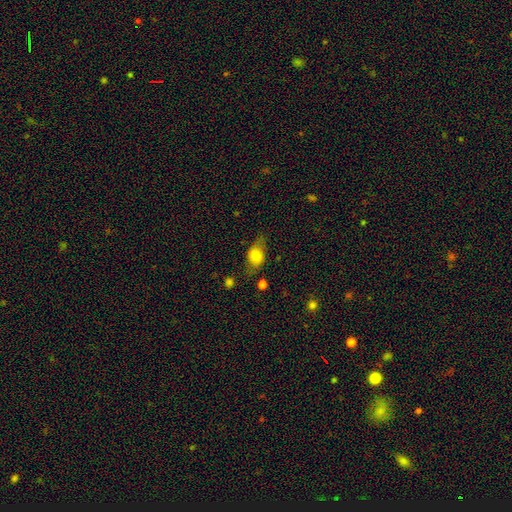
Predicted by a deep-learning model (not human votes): Smooth or featured? Predicted: smooth (p=0.70). How rounded? Predicted: in between (p=0.74). Merging? Predicted: none (p=0.60).